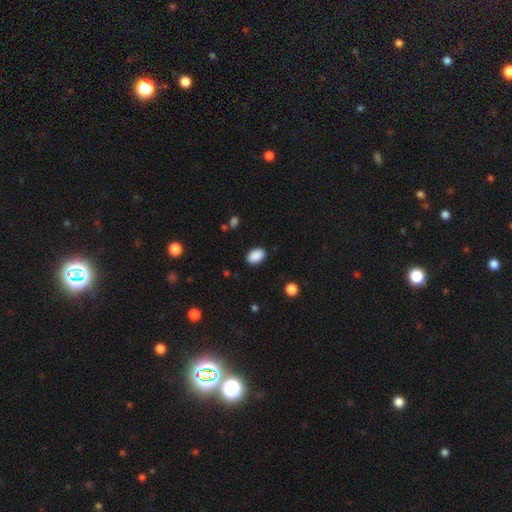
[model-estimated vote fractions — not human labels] Smooth or featured: smooth — 90% (star or artifact — 8%)
How rounded: in between — 85% (round — 14%)
Merging: none — 88% (minor disturbance — 9%)